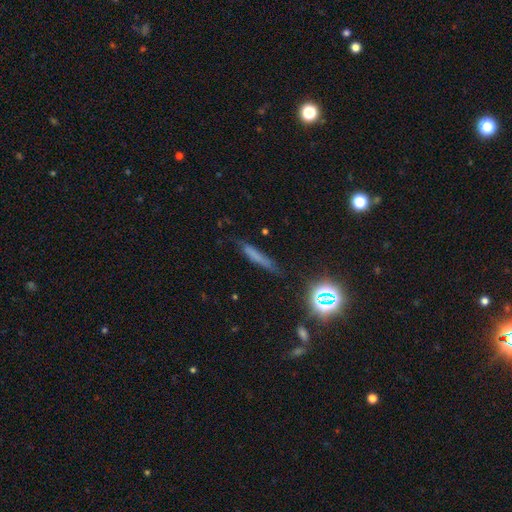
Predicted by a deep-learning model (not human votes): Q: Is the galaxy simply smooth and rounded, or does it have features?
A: smooth — 58%.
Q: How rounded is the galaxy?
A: cigar-shaped — 90%.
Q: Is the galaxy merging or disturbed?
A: none — 74%.